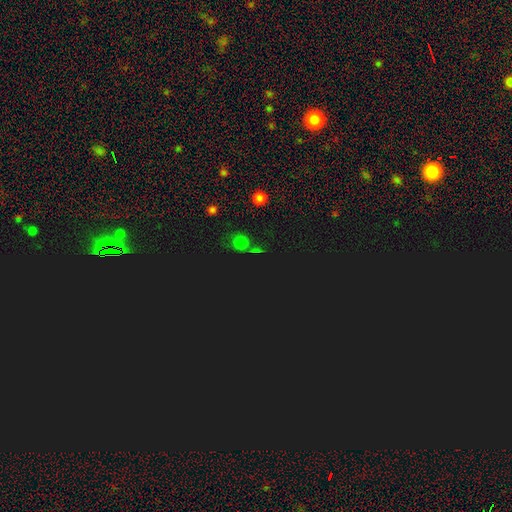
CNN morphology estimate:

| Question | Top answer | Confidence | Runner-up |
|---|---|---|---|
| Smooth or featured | star or artifact | 63% | smooth (28%) |